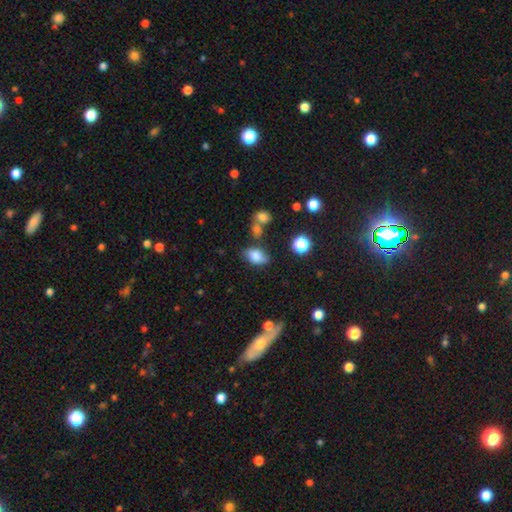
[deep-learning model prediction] smooth-or-featured: smooth: 77% | star or artifact: 11% | featured or disk: 11%
  how-rounded: in between: 87% | round: 11% | cigar-shaped: 2%
  merging: none: 60% | minor disturbance: 22% | merger: 11% | major disturbance: 7%